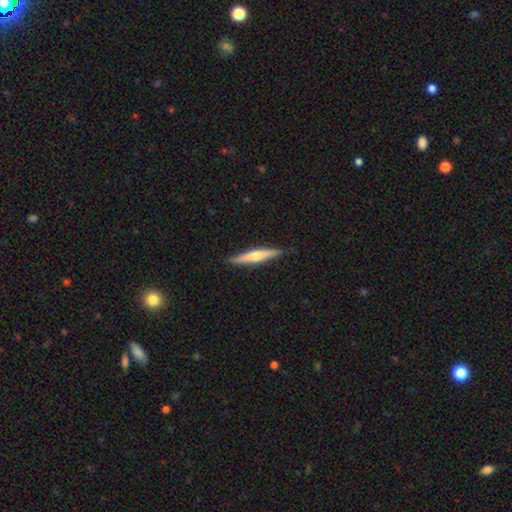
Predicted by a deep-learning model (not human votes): featured or disk 52%, smooth 42%, star or artifact 5%. Down the decision tree: edge-on disk — yes (96%); edge-on bulge — rounded (79%); merging — none (90%).